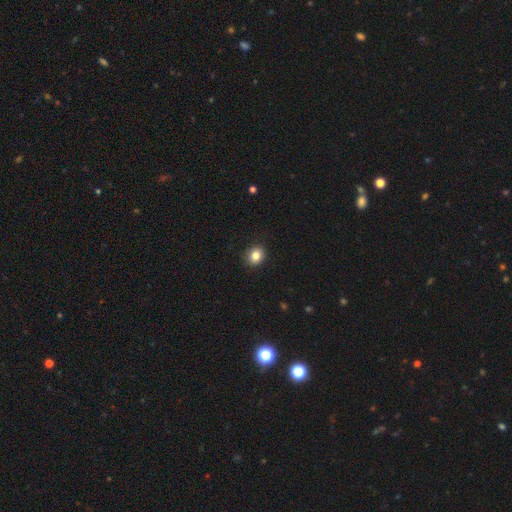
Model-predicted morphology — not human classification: A smooth galaxy with no disk features (83%) that is round (74%).

Vote fractions:
- Smooth or featured? smooth: 83% / star or artifact: 10% / featured or disk: 6%
- How rounded? round: 74% / in between: 26% / cigar-shaped: 1%
- Merging? none: 90% / minor disturbance: 7% / major disturbance: 2% / merger: 1%